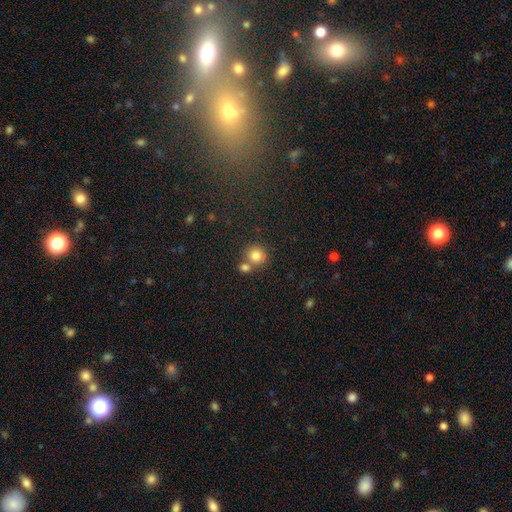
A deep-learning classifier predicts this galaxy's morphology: smooth 80%, star or artifact 11%, featured or disk 9%. Down the decision tree: how rounded — round (88%); merging — none (54%).